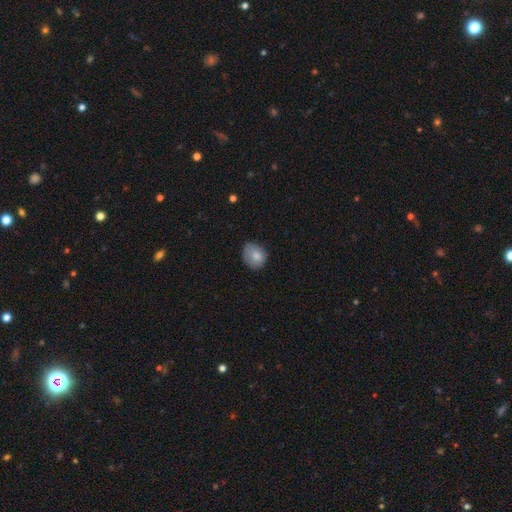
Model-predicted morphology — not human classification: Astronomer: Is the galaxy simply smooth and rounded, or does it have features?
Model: smooth — 80%.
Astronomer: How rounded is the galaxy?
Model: round — 55% (runner-up: in between, 45%).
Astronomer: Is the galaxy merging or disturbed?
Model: none — 63%.